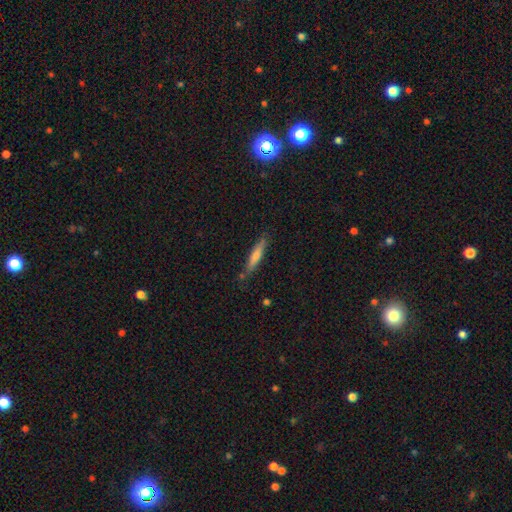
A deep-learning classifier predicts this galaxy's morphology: Q: Smooth or featured?
A: smooth (47%); runner-up: featured or disk (42%)
Q: Merging?
A: none (85%); runner-up: minor disturbance (11%)